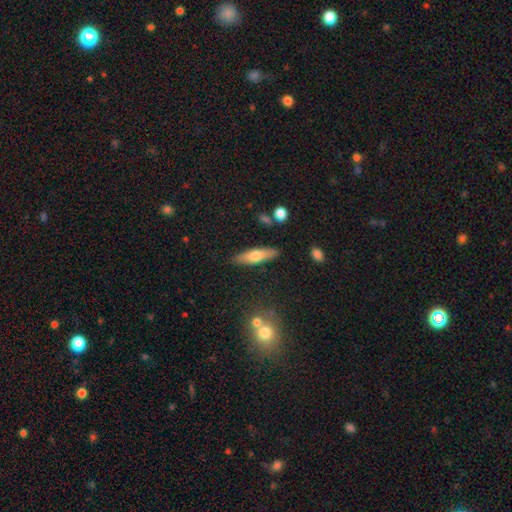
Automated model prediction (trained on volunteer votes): A smooth galaxy with no disk features (61%) that is cigar-shaped (65%). Merging: none (85%).